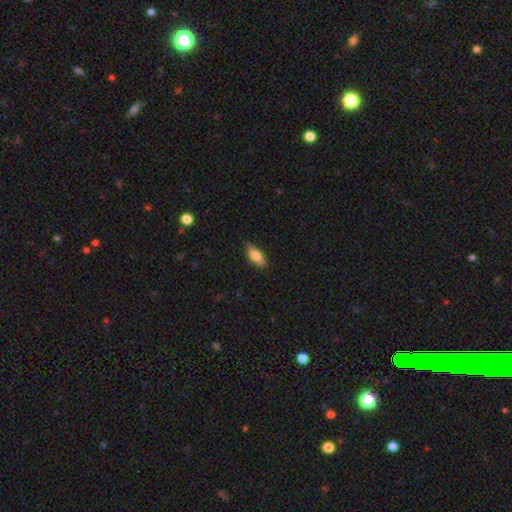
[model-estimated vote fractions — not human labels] Overall: smooth (80%). How rounded: in between (81%). Merging: none (83%).